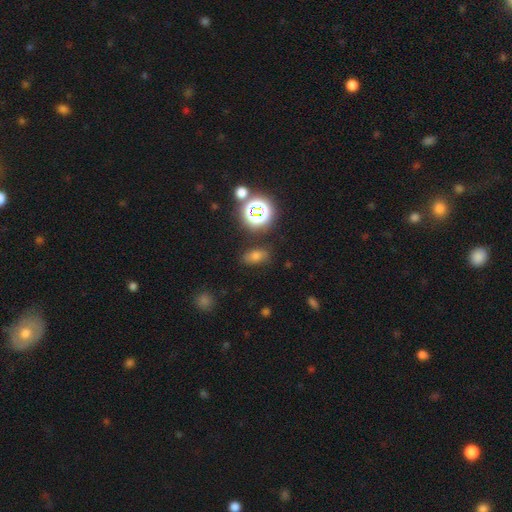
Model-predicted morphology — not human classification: Smooth or featured: smooth — 63% (star or artifact — 26%)
How rounded: in between — 78% (round — 17%)
Merging: none — 81% (minor disturbance — 12%)